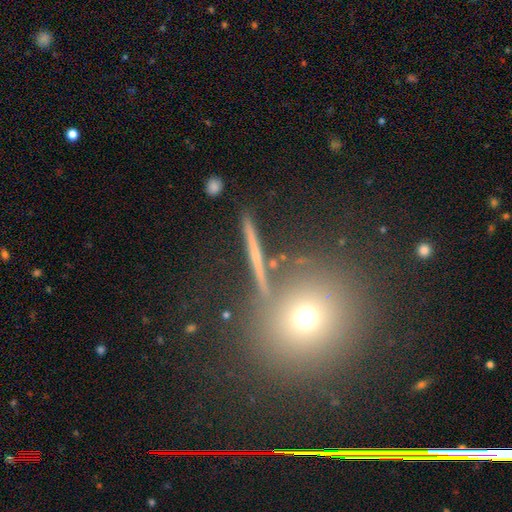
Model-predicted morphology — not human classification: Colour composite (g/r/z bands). It shows a featured or disk galaxy (42%). Merging: none (86%).